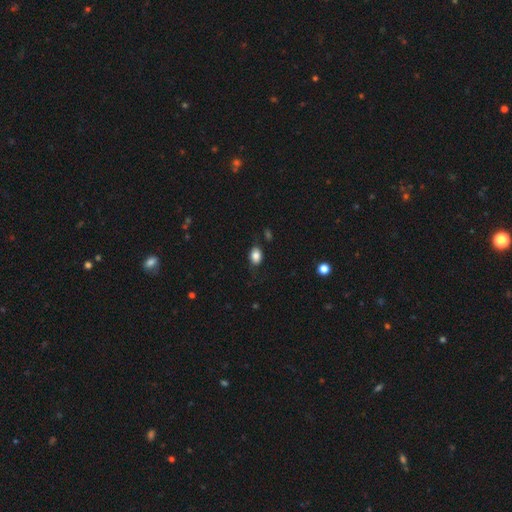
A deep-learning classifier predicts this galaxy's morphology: This is clearly a smooth galaxy (83%). How rounded: likely in between (76%). Merging: likely none (73%).